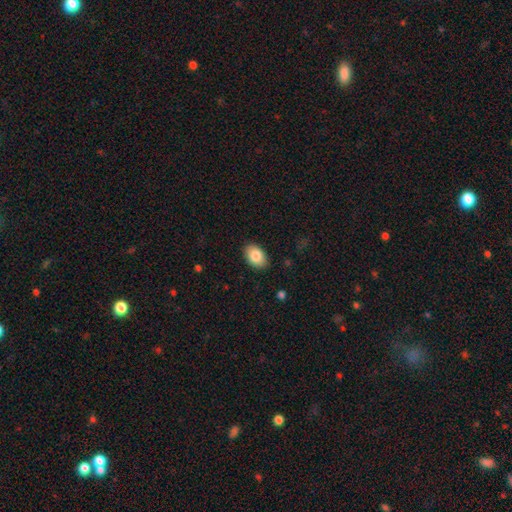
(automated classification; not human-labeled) The model was most divided on "smooth or featured": smooth: 84%, featured or disk: 9%, star or artifact: 7%. More confident: merging — none (88%); how rounded — in between (88%).